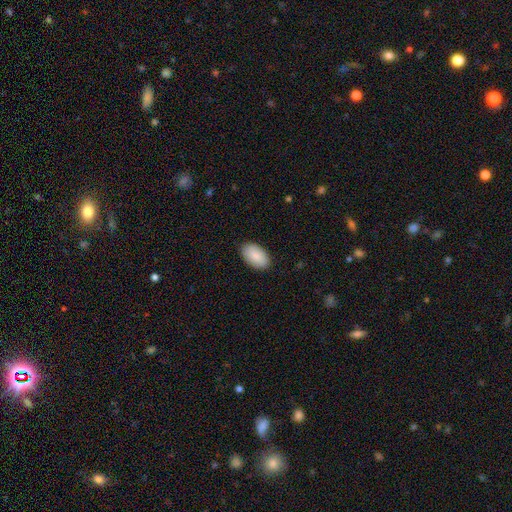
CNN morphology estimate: smooth 90%, star or artifact 6%, featured or disk 4%. Down the decision tree: how rounded — in between (95%); merging — none (89%).